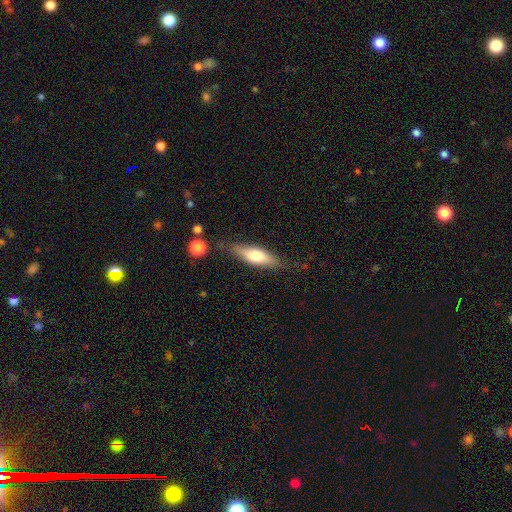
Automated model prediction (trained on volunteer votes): This is possibly a smooth galaxy (59%). How rounded: possibly cigar-shaped (51%). Merging: likely none (73%).